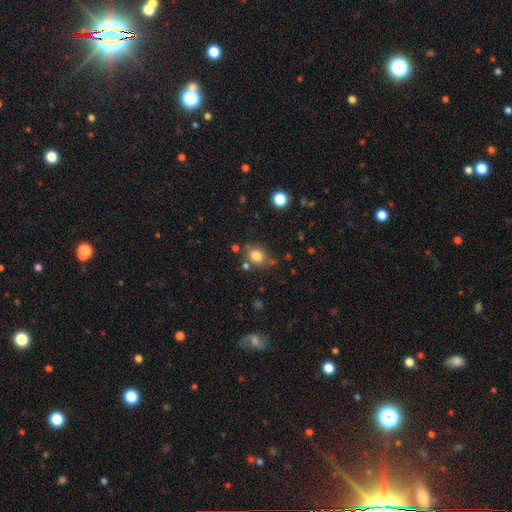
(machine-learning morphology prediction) type=smooth (81%); roundness=round (63%); merging=none (70%).